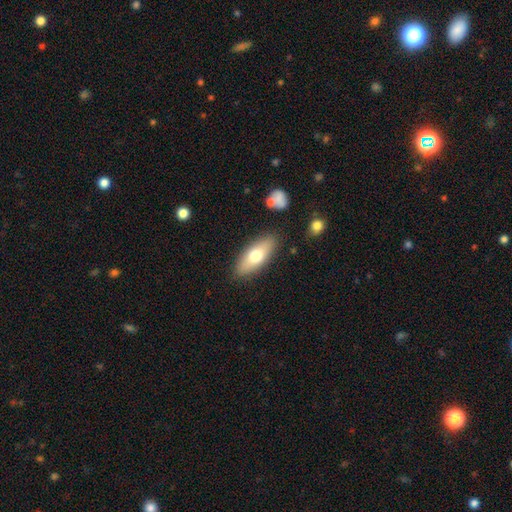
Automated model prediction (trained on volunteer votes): smooth 68%, featured or disk 25%, star or artifact 6%. Down the decision tree: how rounded — in between (73%); merging — none (86%).